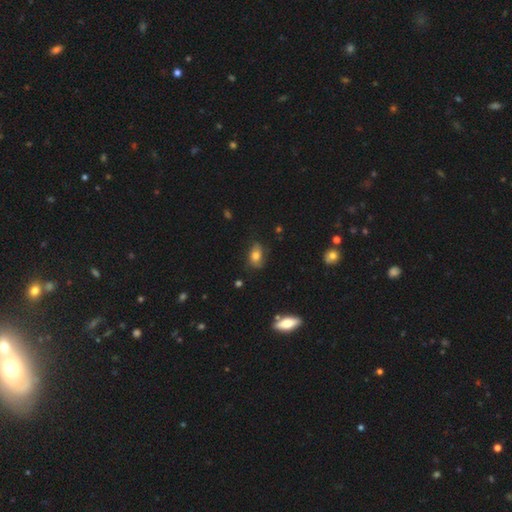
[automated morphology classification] Smooth or featured: smooth — 67% (featured or disk — 23%)
How rounded: in between — 82% (round — 15%)
Merging: none — 64% (minor disturbance — 26%)